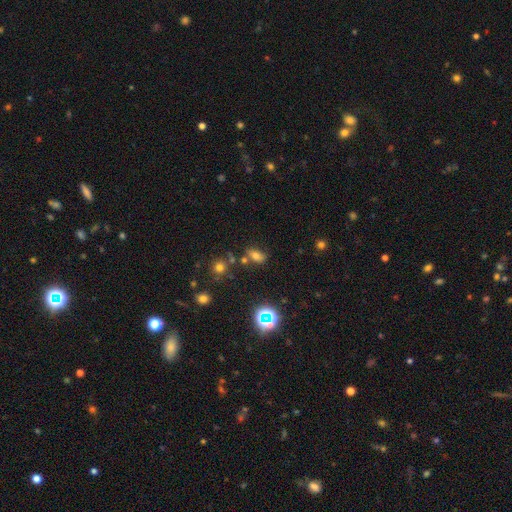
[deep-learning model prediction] Smooth or featured?
  - smooth: 62% *
  - star or artifact: 24%
  - featured or disk: 13%
How rounded?
  - in between: 80% *
  - round: 17%
  - cigar-shaped: 3%
Merging?
  - none: 67% *
  - minor disturbance: 16%
  - merger: 12%
  - major disturbance: 5%